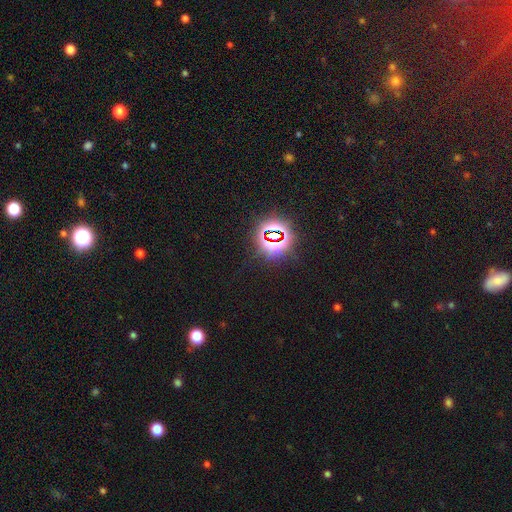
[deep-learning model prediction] star or artifact 81%, smooth 12%, featured or disk 7%.